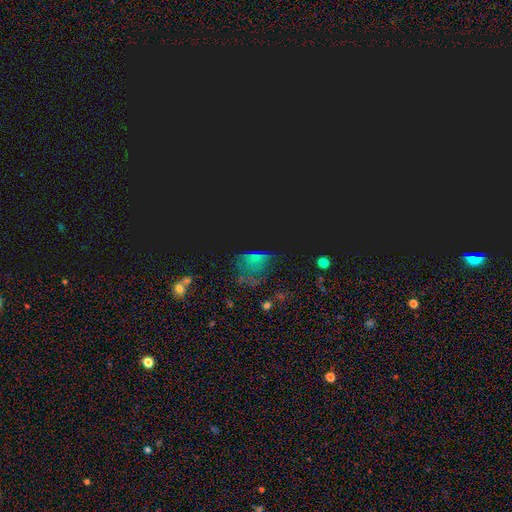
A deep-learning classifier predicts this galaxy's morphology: Smooth or featured?
  - star or artifact: 54% *
  - smooth: 30%
  - featured or disk: 17%